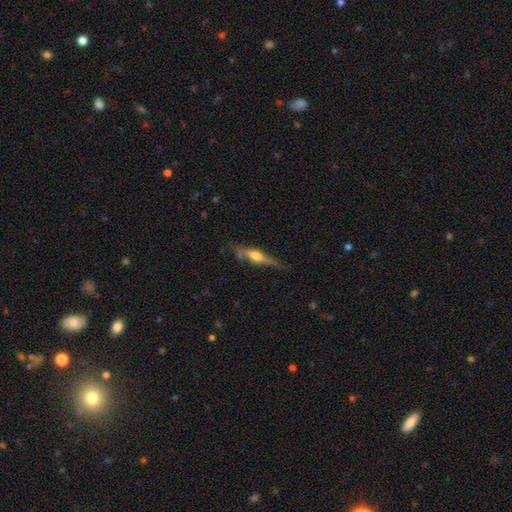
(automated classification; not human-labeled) featured or disk 60%, smooth 34%, star or artifact 6%. Down the decision tree: edge-on disk — yes (91%); edge-on bulge — rounded (83%); merging — none (64%).